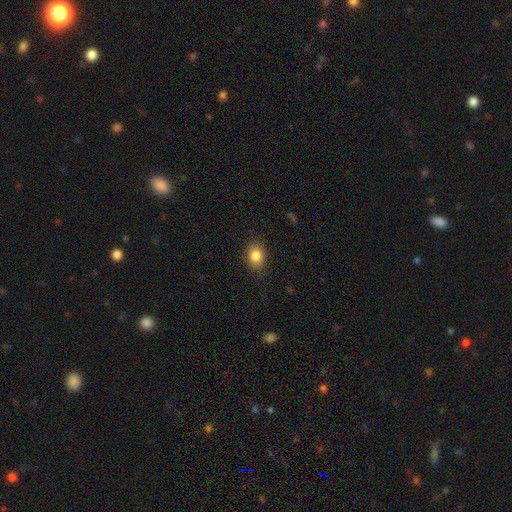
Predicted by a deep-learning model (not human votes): smooth-or-featured: smooth: 84% | star or artifact: 10% | featured or disk: 6%
  how-rounded: in between: 60% | round: 39% | cigar-shaped: 1%
  merging: none: 87% | minor disturbance: 9% | major disturbance: 2% | merger: 1%